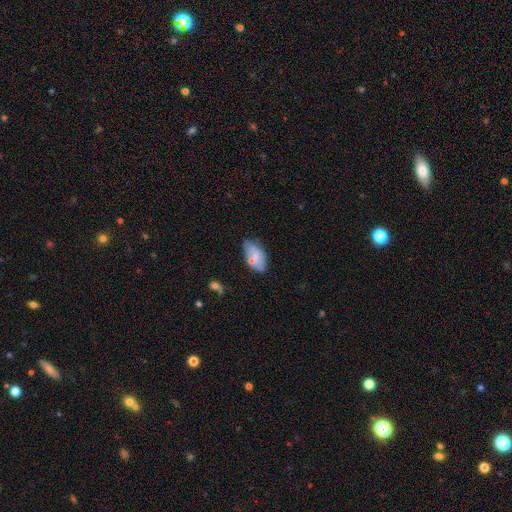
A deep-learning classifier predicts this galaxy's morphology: A smooth galaxy with no disk features (66%) that is in between round and cigar-shaped (93%).

Vote fractions:
- Smooth or featured? smooth: 66% / featured or disk: 26% / star or artifact: 7%
- How rounded? in between: 93% / round: 4% / cigar-shaped: 3%
- Merging? none: 57% / minor disturbance: 25% / merger: 11% / major disturbance: 7%